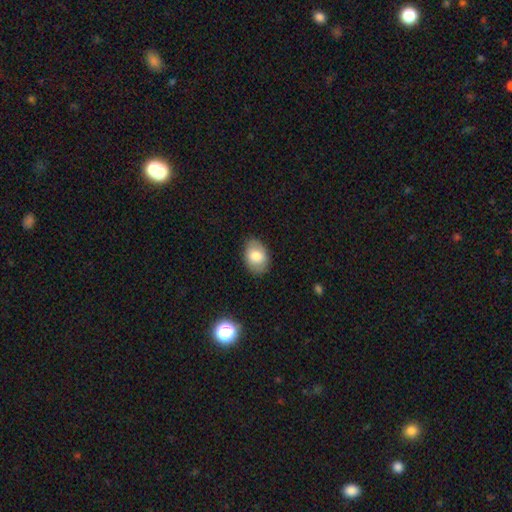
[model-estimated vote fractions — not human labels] Smooth or featured? smooth (78%)
How rounded? in between (82%)
Merging? none (84%)